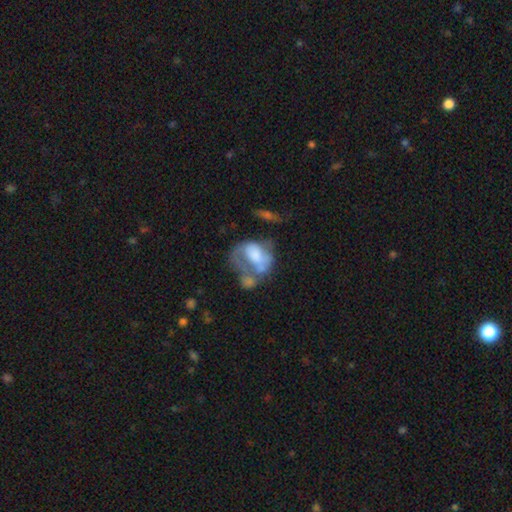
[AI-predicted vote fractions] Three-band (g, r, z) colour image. It shows a featured or disk galaxy (52%) with no bar (76%), no spiral arms (67%) and a large central bulge (29%, tied with none). Merging: major disturbance (40%).